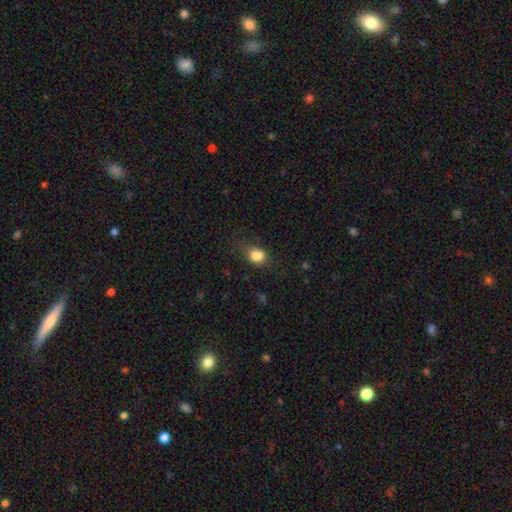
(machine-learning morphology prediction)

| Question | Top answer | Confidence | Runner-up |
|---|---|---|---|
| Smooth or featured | smooth | 82% | star or artifact (11%) |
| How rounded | in between | 58% | round (41%) |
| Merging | none | 51% | minor disturbance (30%) |